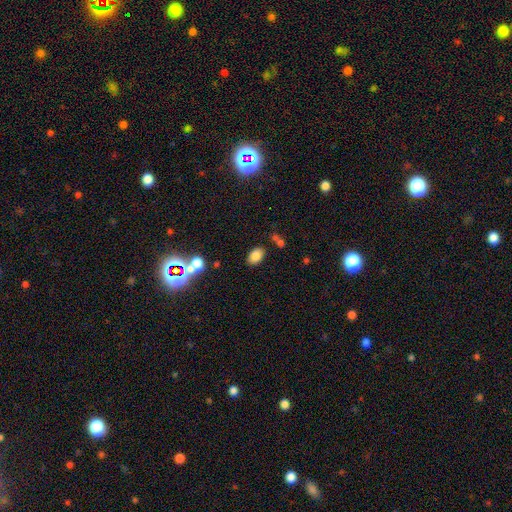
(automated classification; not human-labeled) smooth_or_featured: smooth (p=0.80) [alt: star or artifact p=0.12]
how_rounded: in between (p=0.85) [alt: round p=0.13]
merging: none (p=0.79) [alt: minor disturbance p=0.11]